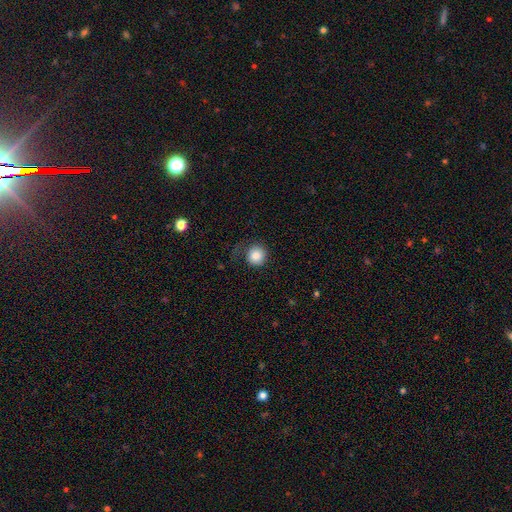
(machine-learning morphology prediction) Smooth or featured: smooth — 83% (star or artifact — 10%)
How rounded: round — 93% (in between — 6%)
Merging: none — 70% (minor disturbance — 17%)